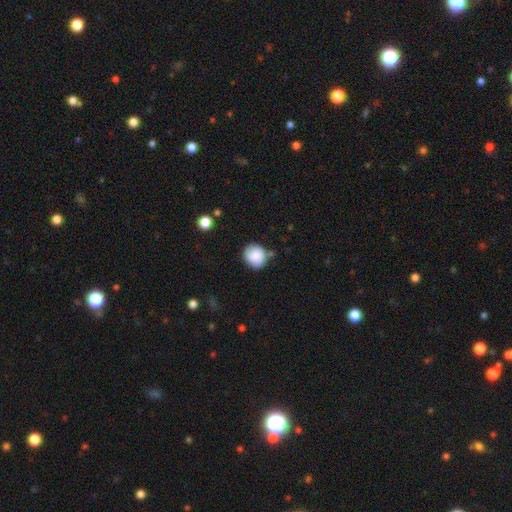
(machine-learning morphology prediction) Overall: smooth (84%). How rounded: round (77%). Merging: none (73%).